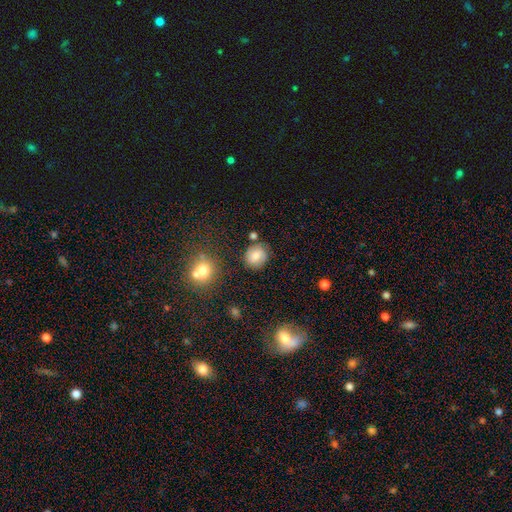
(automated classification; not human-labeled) Smooth or featured: smooth — 70% (featured or disk — 20%)
How rounded: round — 76% (in between — 23%)
Merging: none — 76% (minor disturbance — 15%)